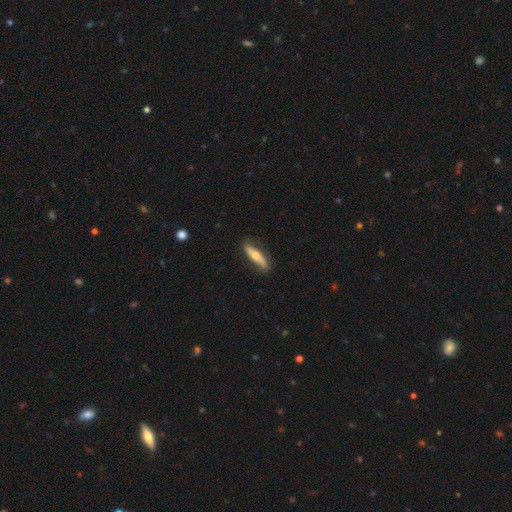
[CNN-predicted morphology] Smooth or featured? Predicted: smooth (p=0.53). How rounded? Predicted: cigar-shaped (p=0.70). Merging? Predicted: none (p=0.80).